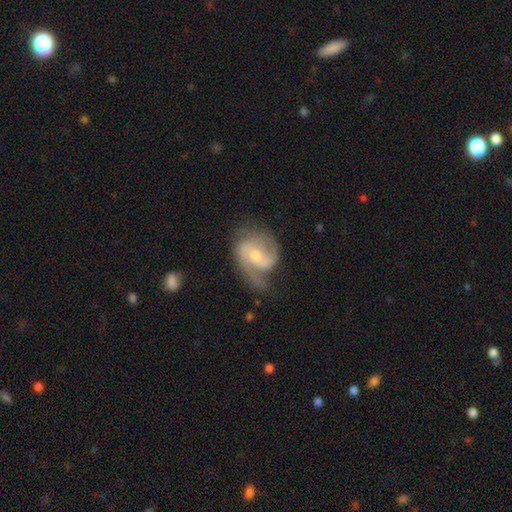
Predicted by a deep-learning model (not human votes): The model was most divided on "bulge size": moderate: 49%, small: 47%, large: 2%, none: 1%, dominant: 1%. Remaining: edge-on disk — no (97%); spiral arms — yes (96%); smooth or featured — featured or disk (85%); spiral arm count — 2 (74%); merging — none (57%); spiral winding — medium (51%); bar — weak (46%).